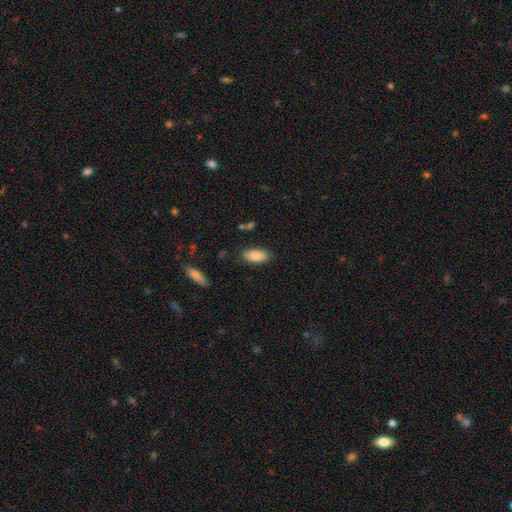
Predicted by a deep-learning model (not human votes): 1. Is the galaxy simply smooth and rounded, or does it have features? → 84% smooth, 9% featured or disk, 7% star or artifact.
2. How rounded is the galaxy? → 91% in between, 7% cigar-shaped, 2% round.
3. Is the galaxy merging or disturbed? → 85% none, 11% minor disturbance, 2% major disturbance, 2% merger.